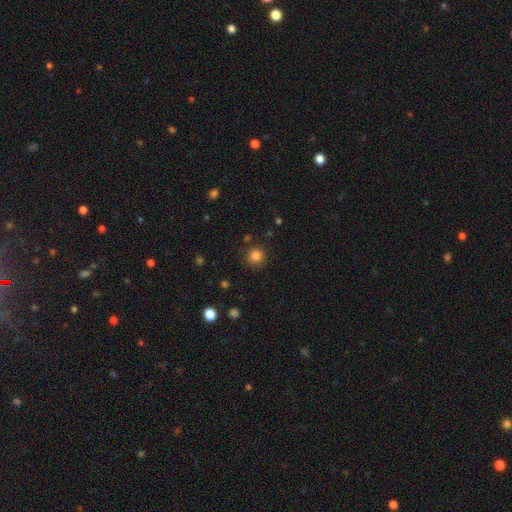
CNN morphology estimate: type=smooth (83%); roundness=round (93%); merging=none (88%).